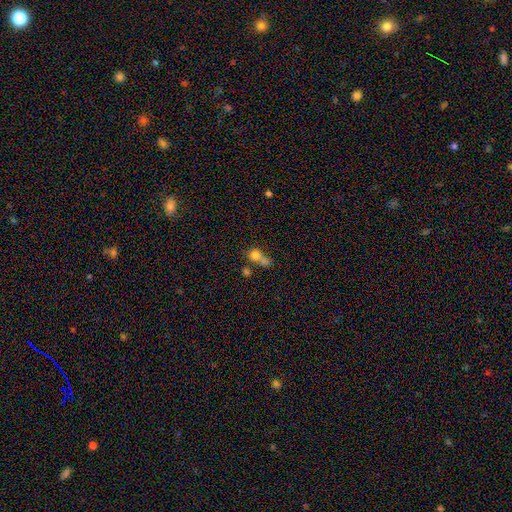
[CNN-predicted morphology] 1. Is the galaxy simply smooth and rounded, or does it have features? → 72% smooth, 15% featured or disk, 13% star or artifact.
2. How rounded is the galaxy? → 69% round, 27% in between, 3% cigar-shaped.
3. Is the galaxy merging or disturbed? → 54% merger, 27% none, 10% major disturbance, 9% minor disturbance.